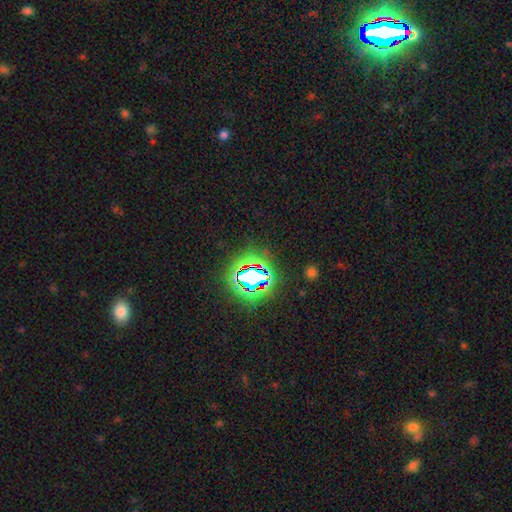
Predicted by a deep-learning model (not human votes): Morphology: type=star or artifact (79%).